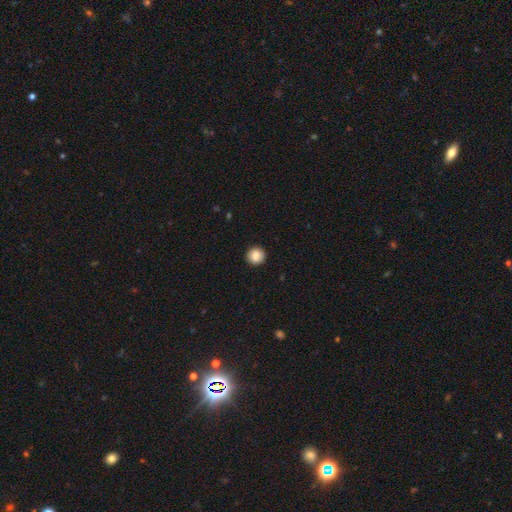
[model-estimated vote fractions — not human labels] Smooth or featured: smooth — 85% (star or artifact — 9%)
How rounded: round — 91% (in between — 8%)
Merging: none — 91% (minor disturbance — 6%)